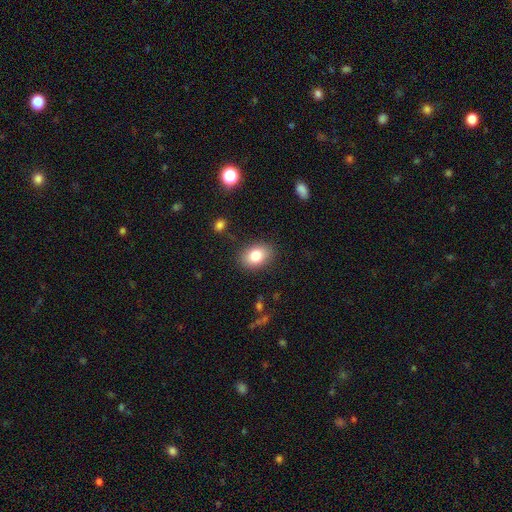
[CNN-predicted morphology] smooth_or_featured: smooth (p=0.81) [alt: featured or disk p=0.10]
how_rounded: in between (p=0.73) [alt: round p=0.26]
merging: none (p=0.87) [alt: minor disturbance p=0.10]